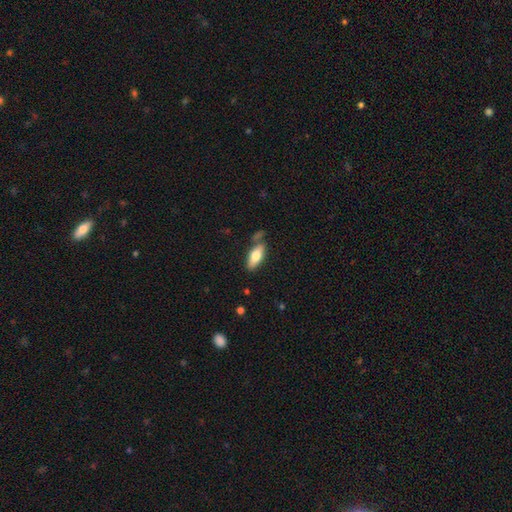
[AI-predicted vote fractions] smooth-or-featured: smooth: 69% | featured or disk: 25% | star or artifact: 6%
  how-rounded: in between: 72% | cigar-shaped: 25% | round: 2%
  merging: none: 68% | minor disturbance: 18% | merger: 9% | major disturbance: 5%